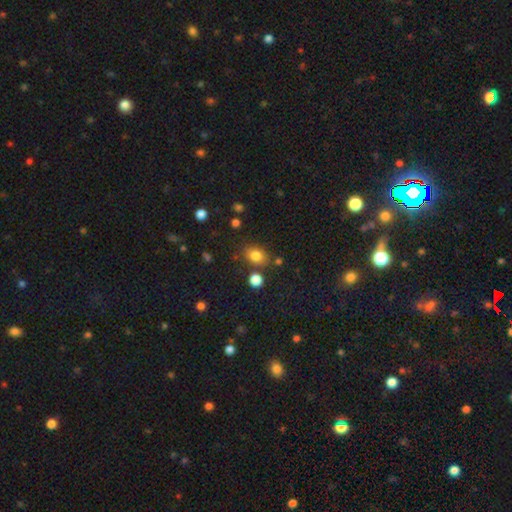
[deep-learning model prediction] Morphology: type=smooth (81%); roundness=in between (62%); merging=none (75%).